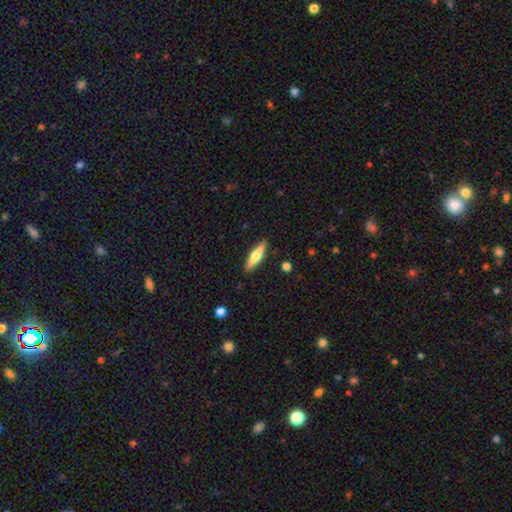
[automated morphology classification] A smooth galaxy with no disk features (48%). Merging: none (89%).